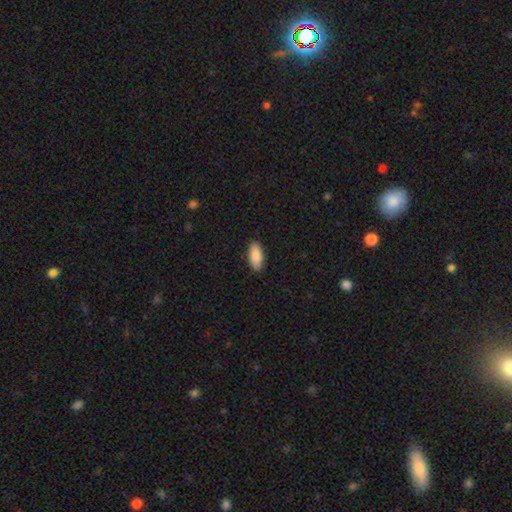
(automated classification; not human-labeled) This is clearly a smooth galaxy (90%). How rounded: clearly in between (90%). Merging: clearly none (89%).